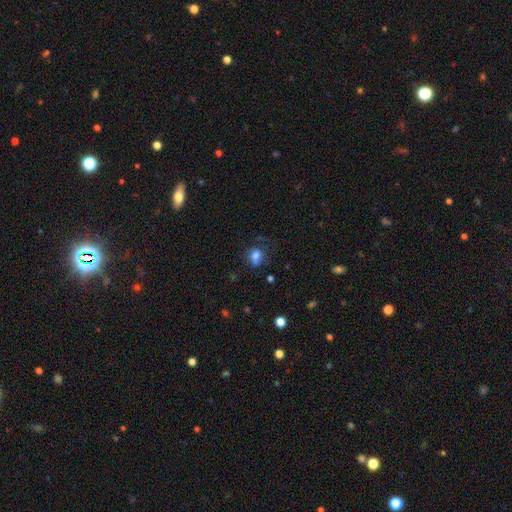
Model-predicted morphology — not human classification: This is likely a smooth galaxy (72%). How rounded: possibly round (56%). Merging: marginally none (45%).